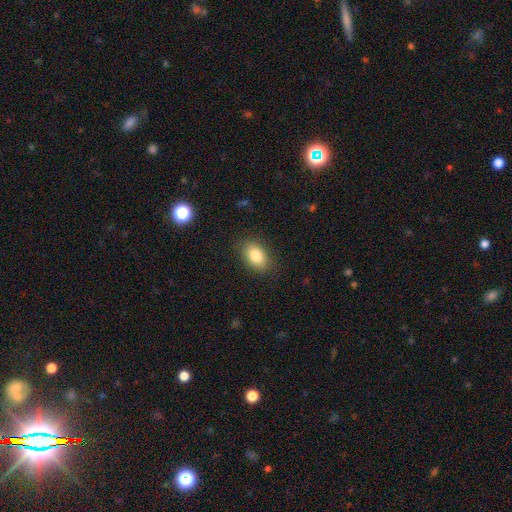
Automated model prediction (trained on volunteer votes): This appears to be a smooth galaxy with no disk features (83%) that is in between round and cigar-shaped (86%). Merging: none (83%).